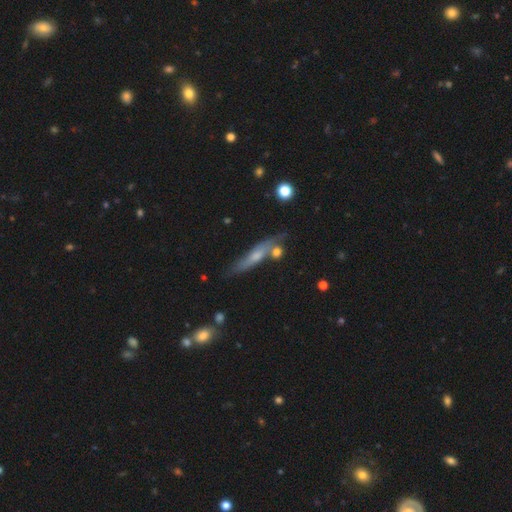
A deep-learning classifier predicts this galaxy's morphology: Overall: smooth (49%; featured or disk 43%). Merging: none (62%).